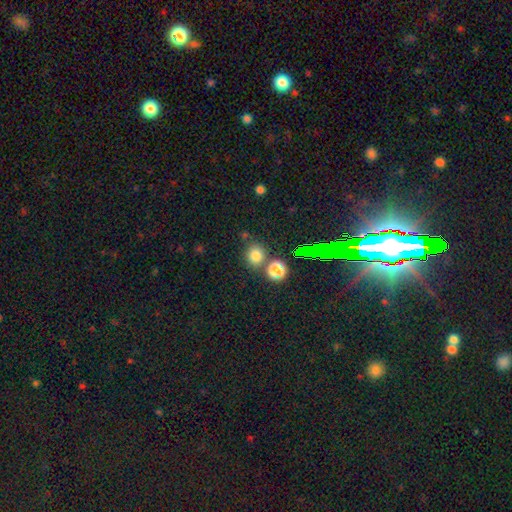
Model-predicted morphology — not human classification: smooth 75%, star or artifact 18%, featured or disk 7%. Down the decision tree: how rounded — round (78%); merging — none (71%).